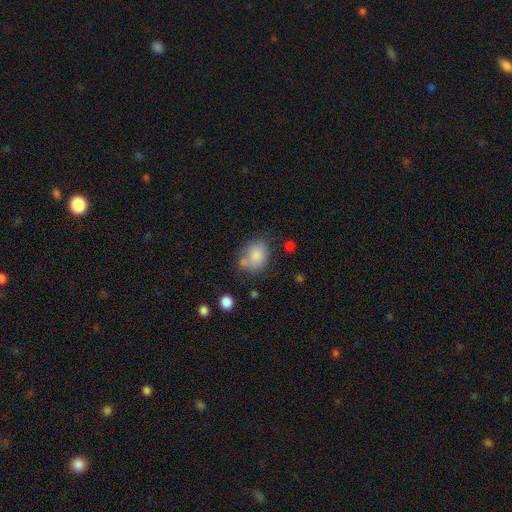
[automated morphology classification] Smooth or featured: smooth — 79% (featured or disk — 12%)
How rounded: in between — 55% (round — 44%)
Merging: none — 49% (minor disturbance — 26%)